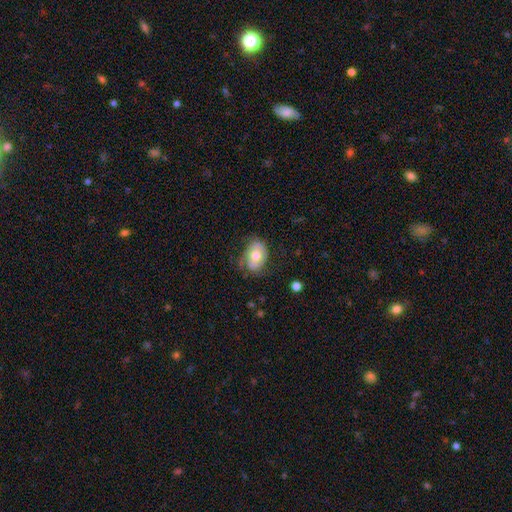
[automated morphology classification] A smooth galaxy with no disk features (60%) that is in between round and cigar-shaped (75%).

Vote fractions:
- Smooth or featured? smooth: 60% / featured or disk: 32% / star or artifact: 8%
- How rounded? in between: 75% / round: 24% / cigar-shaped: 1%
- Merging? none: 56% / minor disturbance: 29% / major disturbance: 13% / merger: 2%